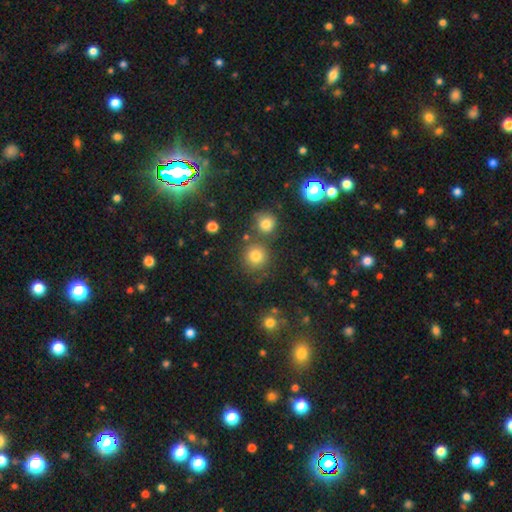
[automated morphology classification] smooth-or-featured: smooth: 78% | star or artifact: 15% | featured or disk: 7%
  how-rounded: round: 91% | in between: 8% | cigar-shaped: 1%
  merging: none: 73% | merger: 14% | minor disturbance: 9% | major disturbance: 4%